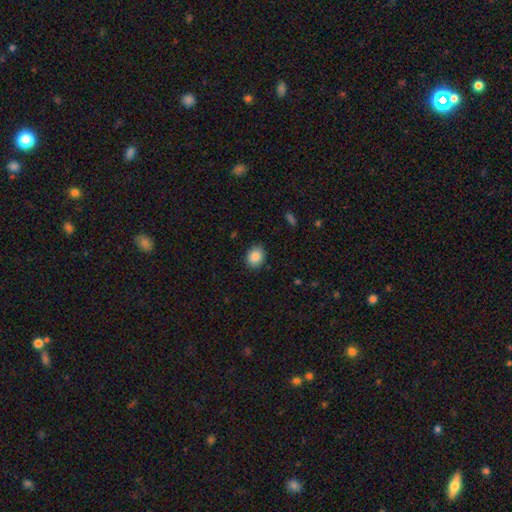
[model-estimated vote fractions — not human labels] Q: Smooth or featured?
A: smooth (87%); runner-up: star or artifact (8%)
Q: How rounded?
A: in between (50%); tied with: round (50%)
Q: Merging?
A: none (87%); runner-up: minor disturbance (10%)